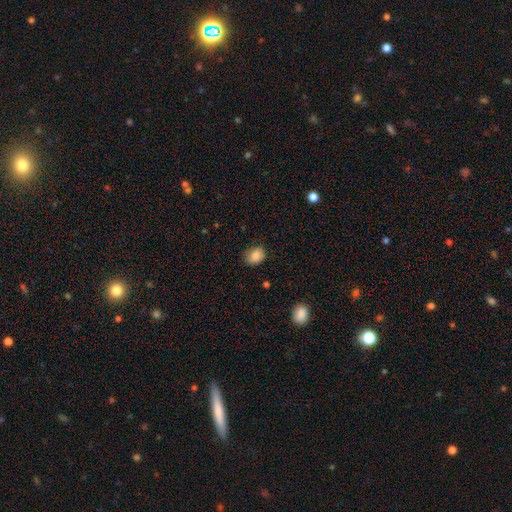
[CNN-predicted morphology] This is clearly a smooth galaxy (87%). How rounded: possibly in between (58%). Merging: likely none (77%).